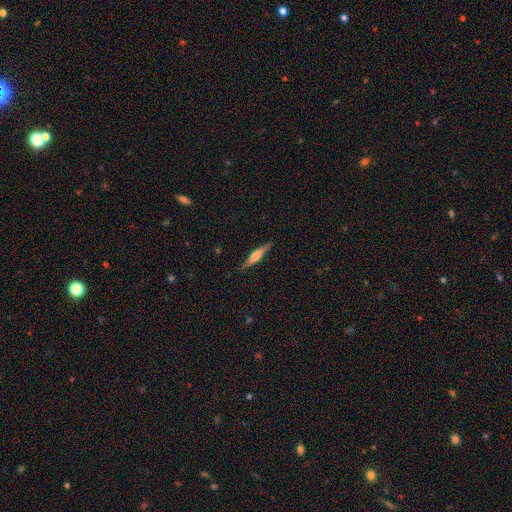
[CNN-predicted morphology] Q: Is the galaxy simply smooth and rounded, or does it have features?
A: featured or disk — 57%.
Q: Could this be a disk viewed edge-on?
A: yes — 97%.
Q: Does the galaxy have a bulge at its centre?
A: rounded — 78%.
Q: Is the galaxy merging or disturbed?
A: none — 89%.